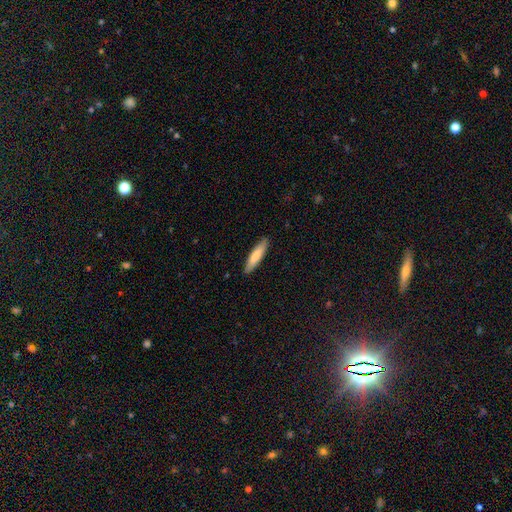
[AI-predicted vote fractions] Overall: smooth (78%). How rounded: cigar-shaped (82%). Merging: none (89%).